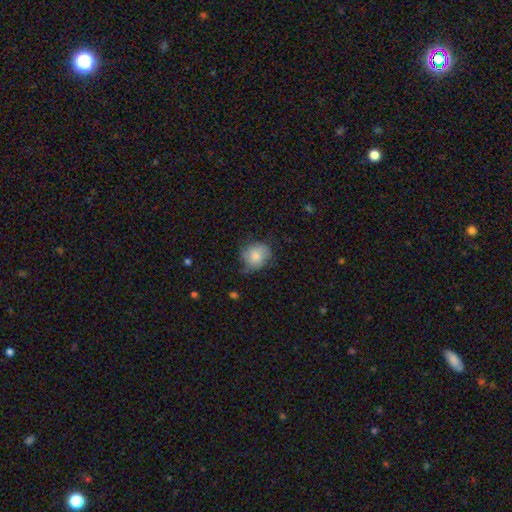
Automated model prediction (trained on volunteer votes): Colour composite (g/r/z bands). It shows a smooth galaxy with no disk features (77%) that is round (70%). Merging: none (59%).